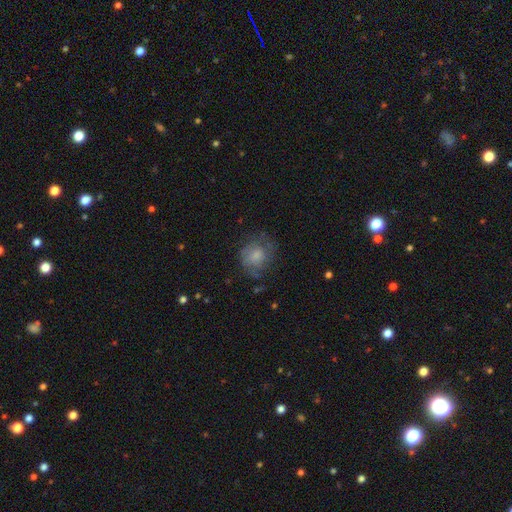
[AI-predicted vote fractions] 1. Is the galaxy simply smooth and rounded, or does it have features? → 65% smooth, 27% featured or disk, 9% star or artifact.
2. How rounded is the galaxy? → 71% round, 28% in between, 1% cigar-shaped.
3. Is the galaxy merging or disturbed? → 53% none, 27% minor disturbance, 19% major disturbance, 2% merger.